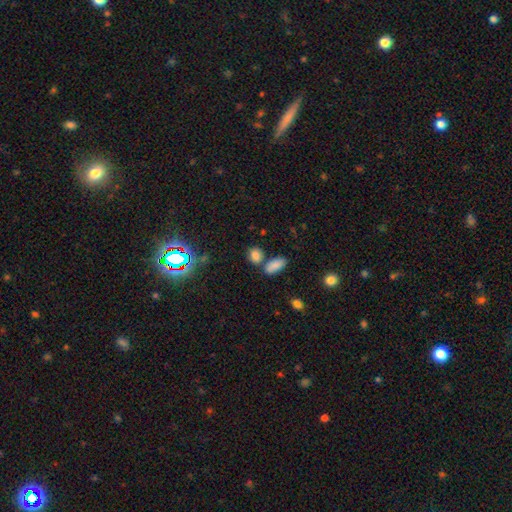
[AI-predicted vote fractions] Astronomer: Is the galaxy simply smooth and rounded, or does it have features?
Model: smooth — 79%.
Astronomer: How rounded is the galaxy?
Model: in between — 62%.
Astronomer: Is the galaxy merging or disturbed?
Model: none — 60%.